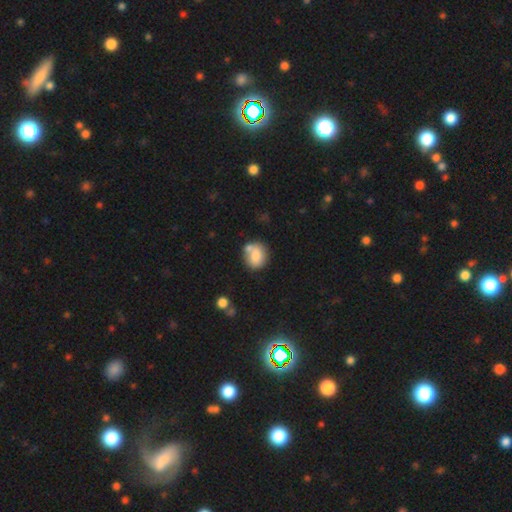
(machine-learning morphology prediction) This appears to be a smooth galaxy with no disk features (78%) that is round (68%). Merging: none (54%).